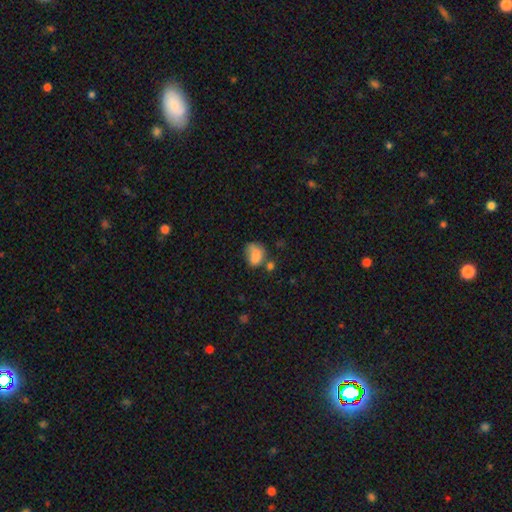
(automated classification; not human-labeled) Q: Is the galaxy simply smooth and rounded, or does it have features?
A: smooth — 77%.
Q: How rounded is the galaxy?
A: in between — 68%.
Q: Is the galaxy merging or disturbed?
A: none — 37%.